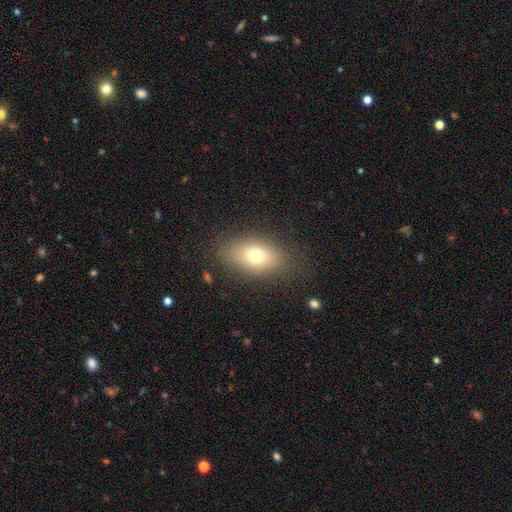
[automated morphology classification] Overall: smooth (71%). How rounded: in between (82%). Merging: none (81%).